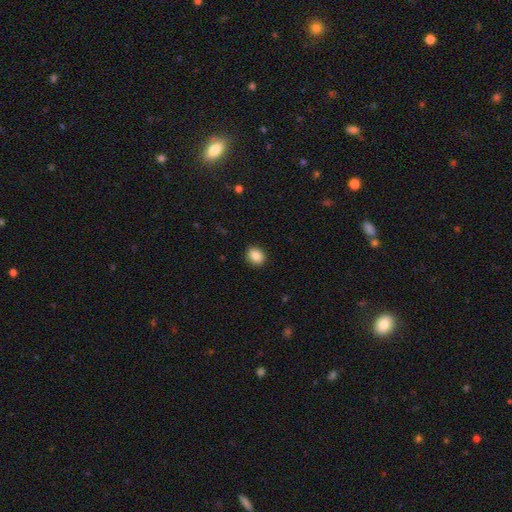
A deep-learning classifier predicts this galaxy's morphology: Smooth or featured?
  - smooth: 87% *
  - star or artifact: 8%
  - featured or disk: 4%
How rounded?
  - round: 57% *
  - in between: 42%
  - cigar-shaped: 1%
Merging?
  - none: 90% *
  - minor disturbance: 7%
  - major disturbance: 2%
  - merger: 1%